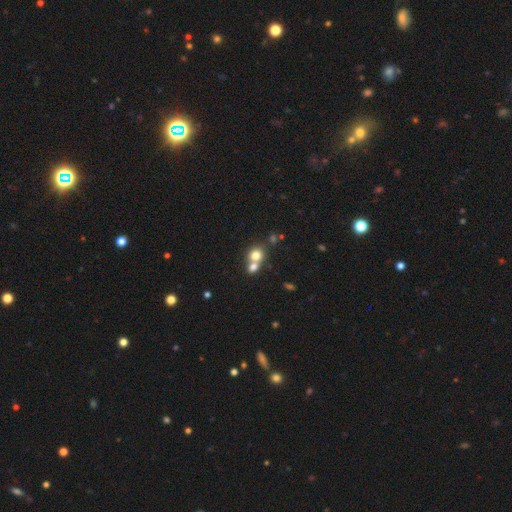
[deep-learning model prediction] smooth-or-featured: smooth: 75% | featured or disk: 13% | star or artifact: 12%
  how-rounded: round: 77% | in between: 22% | cigar-shaped: 1%
  merging: merger: 54% | none: 38% | minor disturbance: 6% | major disturbance: 3%